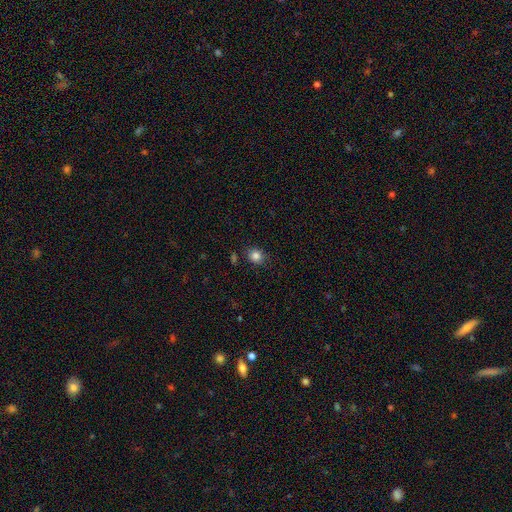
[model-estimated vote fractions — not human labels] A smooth galaxy with no disk features (84%) that is round (70%).

Vote fractions:
- Smooth or featured? smooth: 84% / star or artifact: 11% / featured or disk: 5%
- How rounded? round: 70% / in between: 29% / cigar-shaped: 1%
- Merging? none: 84% / minor disturbance: 11% / major disturbance: 3% / merger: 3%